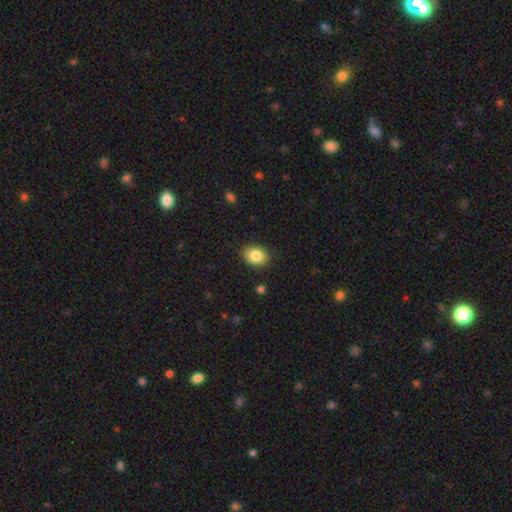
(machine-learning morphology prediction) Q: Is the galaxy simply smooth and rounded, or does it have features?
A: smooth — 86%.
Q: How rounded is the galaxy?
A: in between — 65%.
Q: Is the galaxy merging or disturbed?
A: none — 88%.